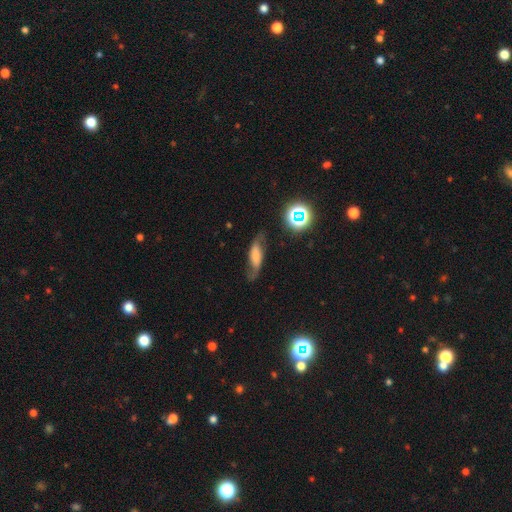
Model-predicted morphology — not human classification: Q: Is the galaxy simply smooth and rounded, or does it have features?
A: featured or disk — 48%.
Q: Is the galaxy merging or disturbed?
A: none — 61%.